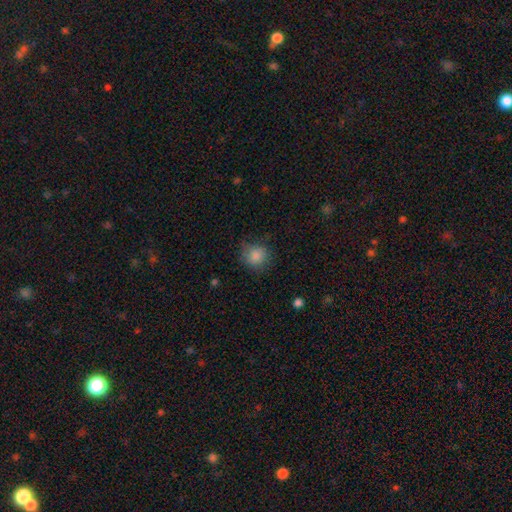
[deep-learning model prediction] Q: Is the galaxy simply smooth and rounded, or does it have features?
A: smooth — 86%.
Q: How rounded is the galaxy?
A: round — 87%.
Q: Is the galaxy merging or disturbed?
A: none — 74%.